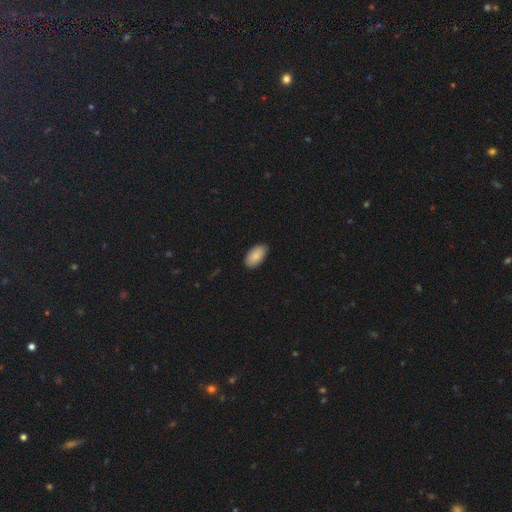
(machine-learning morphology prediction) Smooth or featured?
  - smooth: 88% *
  - star or artifact: 7%
  - featured or disk: 6%
How rounded?
  - in between: 95% *
  - round: 3%
  - cigar-shaped: 2%
Merging?
  - none: 81% *
  - minor disturbance: 16%
  - major disturbance: 2%
  - merger: 1%